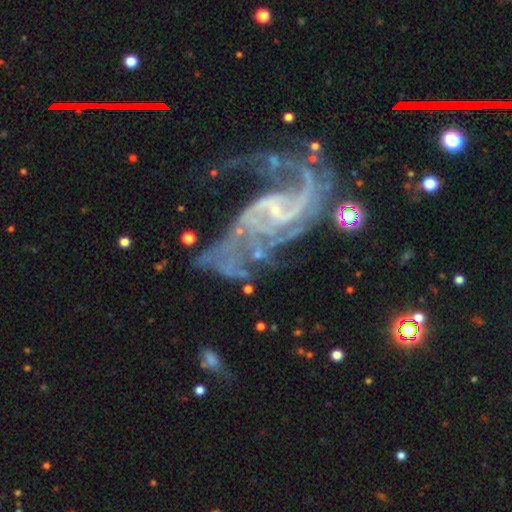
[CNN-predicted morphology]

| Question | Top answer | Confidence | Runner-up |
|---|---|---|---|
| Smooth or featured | featured or disk | 90% | star or artifact (7%) |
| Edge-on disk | no | 98% | yes (2%) |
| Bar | weak | 45% | no (34%) |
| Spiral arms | yes | 97% | no (3%) |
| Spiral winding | medium | 47% | loose (36%) |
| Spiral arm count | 2 | 55% | 3 (13%) |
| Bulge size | small | 70% | none (19%) |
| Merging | major disturbance | 36% | tied: none (36%) |